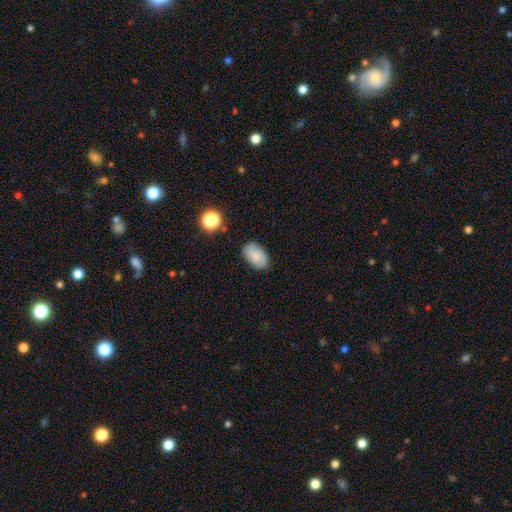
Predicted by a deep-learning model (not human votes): Q: Smooth or featured?
A: smooth (77%); runner-up: featured or disk (14%)
Q: How rounded?
A: in between (90%); runner-up: round (8%)
Q: Merging?
A: none (82%); runner-up: minor disturbance (13%)